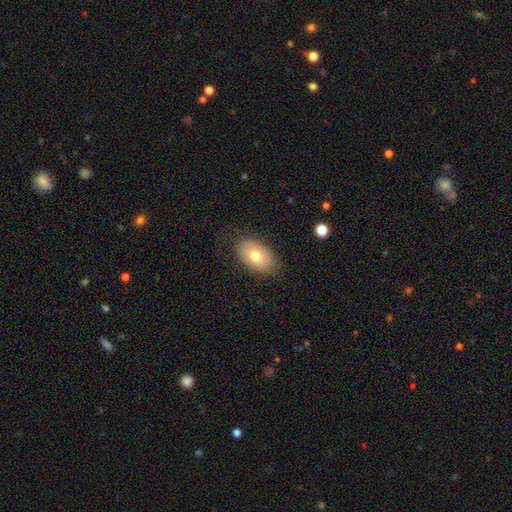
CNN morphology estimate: This is likely a smooth galaxy (73%). How rounded: clearly in between (91%). Merging: clearly none (81%).